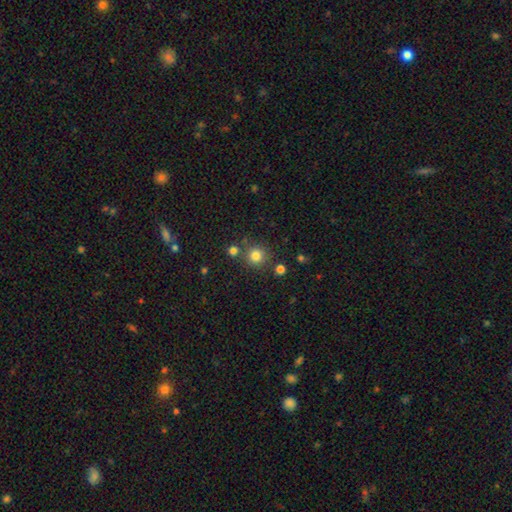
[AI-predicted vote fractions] Q: Smooth or featured?
A: smooth (81%); runner-up: star or artifact (14%)
Q: How rounded?
A: round (93%); runner-up: in between (6%)
Q: Merging?
A: none (79%); runner-up: merger (10%)